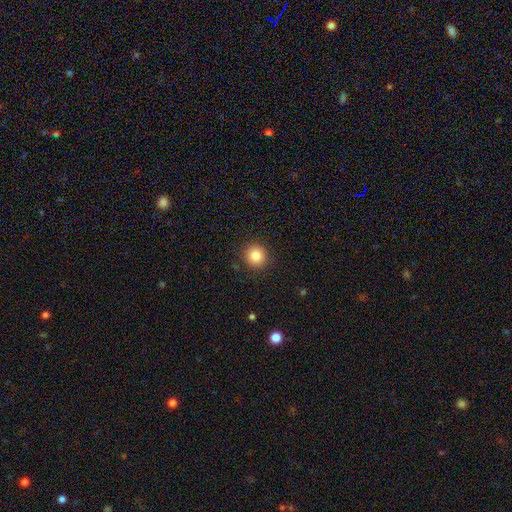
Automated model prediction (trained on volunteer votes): This appears to be a smooth galaxy with no disk features (83%) that is round (93%). Merging: none (91%).